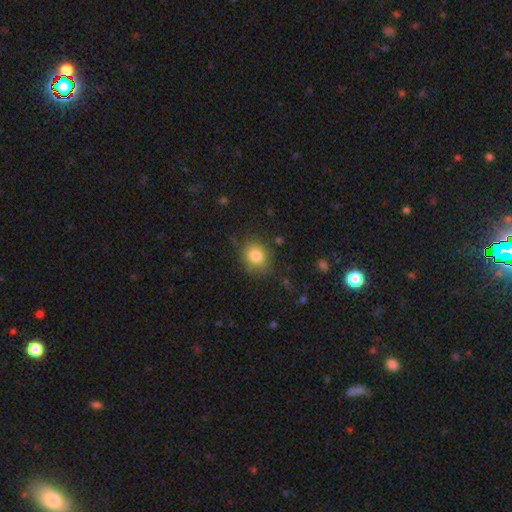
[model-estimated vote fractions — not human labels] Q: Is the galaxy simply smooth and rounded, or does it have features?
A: smooth — 81%.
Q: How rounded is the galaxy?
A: round — 63%.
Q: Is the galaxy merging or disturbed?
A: none — 77%.